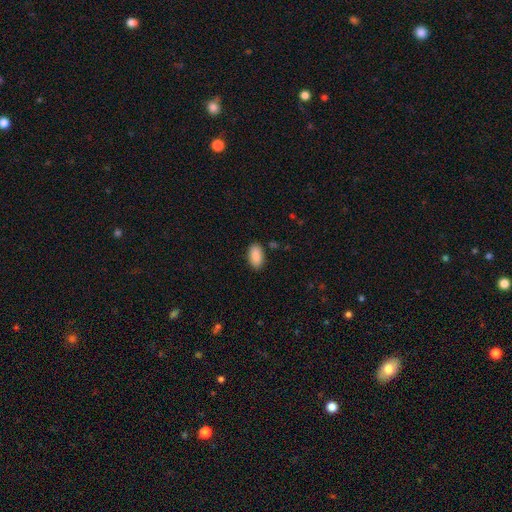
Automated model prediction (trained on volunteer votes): smooth 90%, star or artifact 7%, featured or disk 4%. Down the decision tree: how rounded — in between (94%); merging — none (86%).